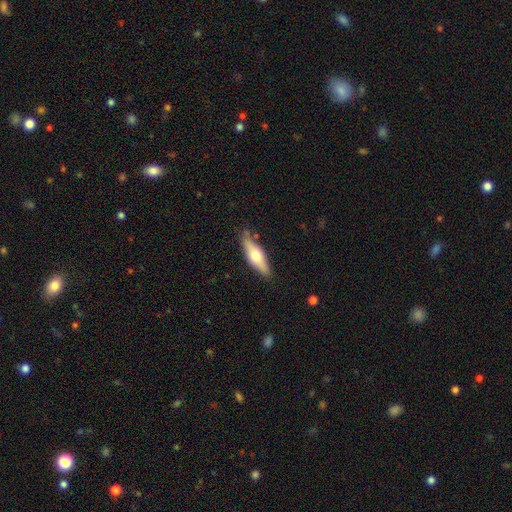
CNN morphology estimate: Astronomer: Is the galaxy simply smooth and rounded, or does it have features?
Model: smooth — 55% (runner-up: featured or disk, 39%).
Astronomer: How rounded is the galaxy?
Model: cigar-shaped — 51% (runner-up: in between, 47%).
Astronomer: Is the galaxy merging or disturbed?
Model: none — 79%.